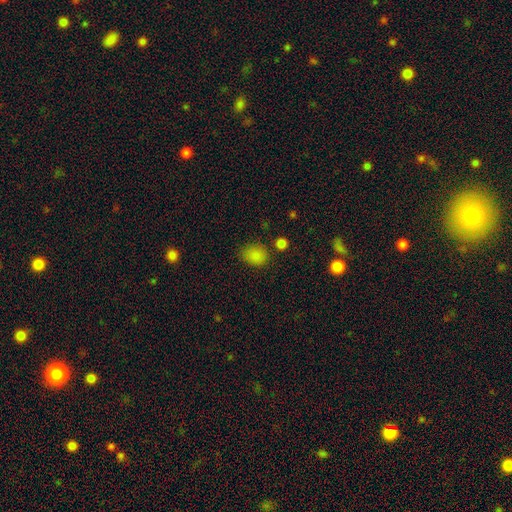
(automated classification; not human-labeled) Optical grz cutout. It shows a smooth galaxy with no disk features (83%) that is round (54%). Merging: none (74%).